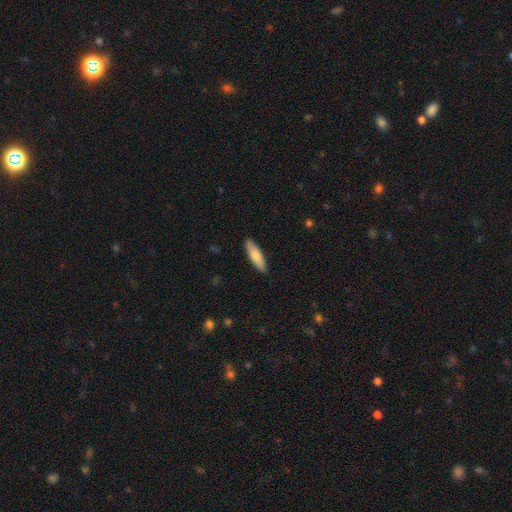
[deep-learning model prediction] Q: Smooth or featured?
A: smooth (74%); runner-up: featured or disk (20%)
Q: How rounded?
A: cigar-shaped (55%); runner-up: in between (43%)
Q: Merging?
A: none (89%); runner-up: minor disturbance (8%)